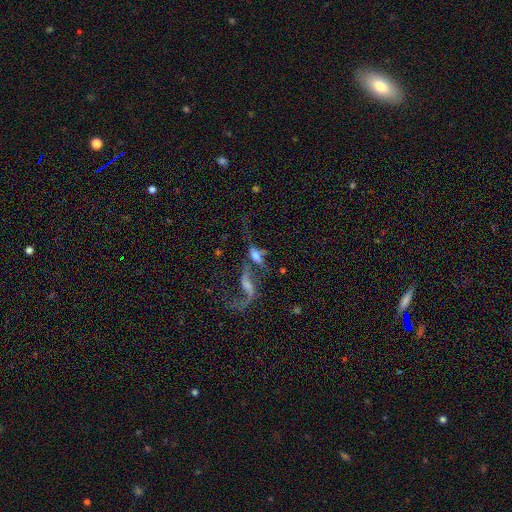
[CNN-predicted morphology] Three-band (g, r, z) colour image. It shows a featured or disk galaxy (56%). Merging: merger (50%).